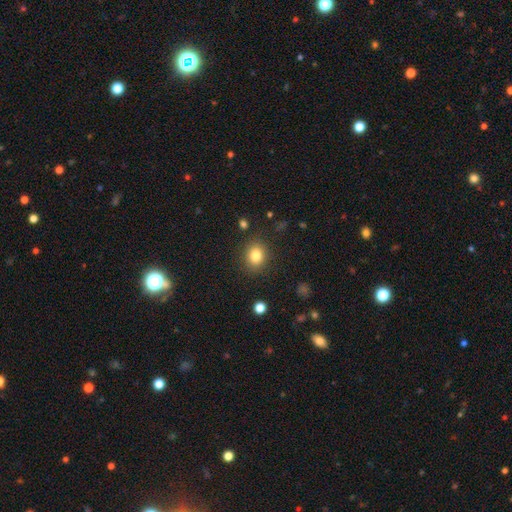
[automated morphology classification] Q: Smooth or featured?
A: smooth (82%); runner-up: star or artifact (11%)
Q: How rounded?
A: round (63%); runner-up: in between (36%)
Q: Merging?
A: none (87%); runner-up: minor disturbance (9%)